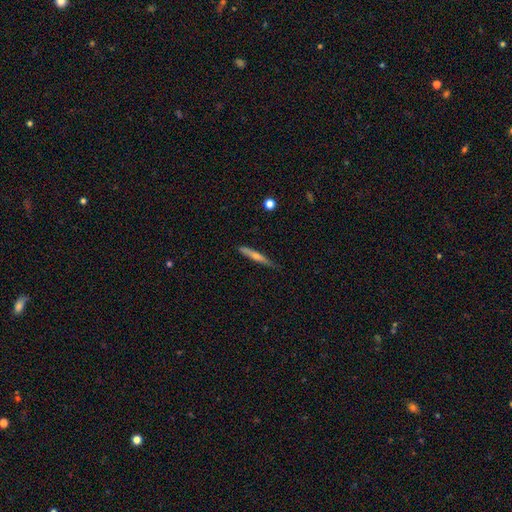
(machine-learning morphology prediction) A featured or disk galaxy (51%) viewed edge-on (96%).

Vote fractions:
- Smooth or featured? featured or disk: 51% / smooth: 42% / star or artifact: 6%
- Edge-on disk? yes: 96% / no: 4%
- Merging? none: 81% / minor disturbance: 15% / major disturbance: 2% / merger: 1%